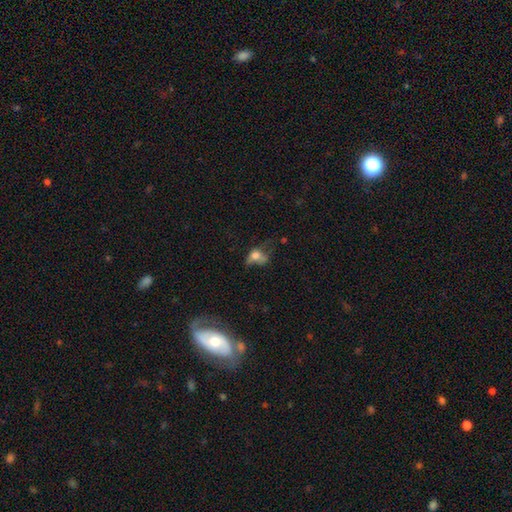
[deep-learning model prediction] Smooth or featured? smooth (61%)
How rounded? in between (65%)
Merging? major disturbance (44%)